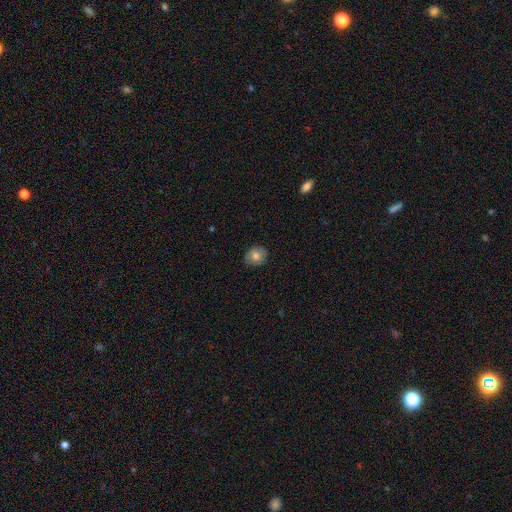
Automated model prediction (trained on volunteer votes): Smooth or featured?
  - smooth: 77% *
  - featured or disk: 14%
  - star or artifact: 9%
How rounded?
  - round: 72% *
  - in between: 27%
  - cigar-shaped: 1%
Merging?
  - none: 83% *
  - minor disturbance: 13%
  - major disturbance: 2%
  - merger: 1%